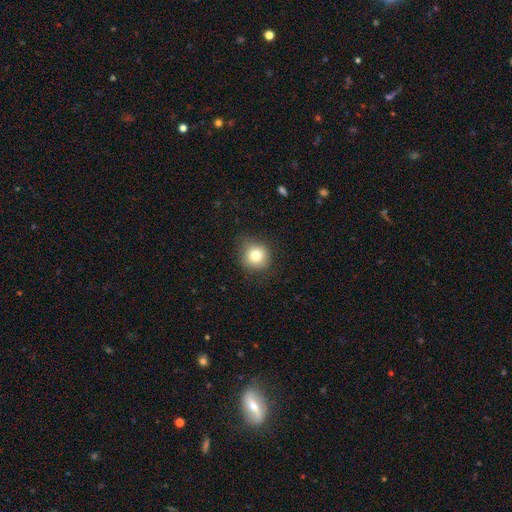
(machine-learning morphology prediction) A smooth galaxy with no disk features (78%) that is round (89%).

Vote fractions:
- Smooth or featured? smooth: 78% / star or artifact: 12% / featured or disk: 10%
- How rounded? round: 89% / in between: 10% / cigar-shaped: 1%
- Merging? none: 79% / minor disturbance: 16% / major disturbance: 4% / merger: 1%